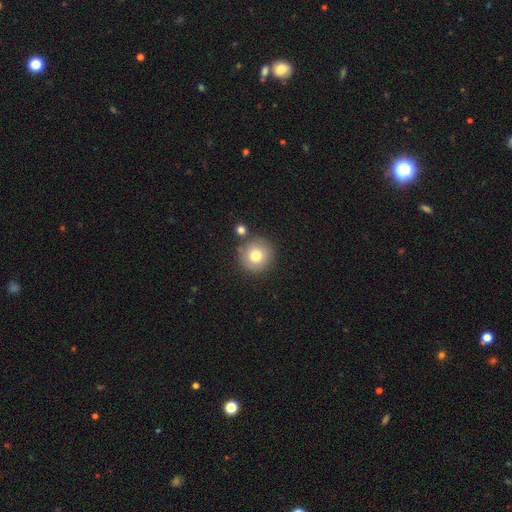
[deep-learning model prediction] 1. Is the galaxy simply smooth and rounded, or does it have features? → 77% smooth, 13% featured or disk, 10% star or artifact.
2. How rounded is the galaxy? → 94% round, 5% in between, 1% cigar-shaped.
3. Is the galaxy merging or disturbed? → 80% none, 9% minor disturbance, 8% merger, 3% major disturbance.